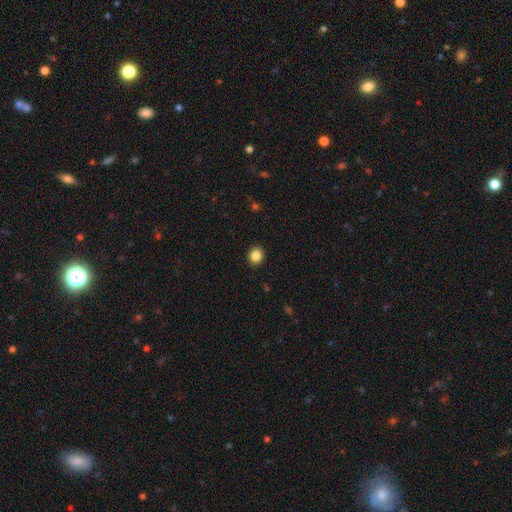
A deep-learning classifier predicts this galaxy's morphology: type=smooth (85%); roundness=round (78%); merging=none (92%).